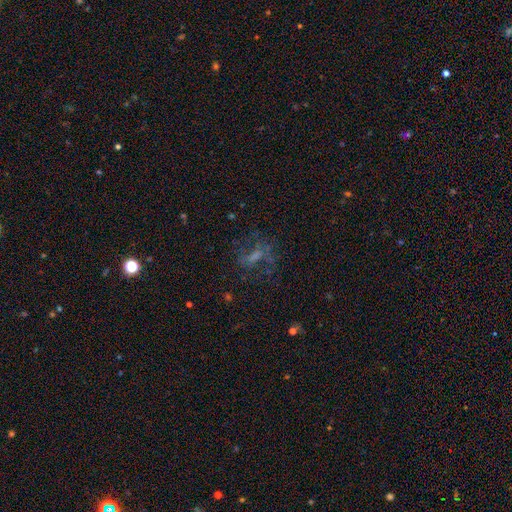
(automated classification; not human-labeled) This is marginally a featured or disk galaxy (40%). Merging: possibly none (52%).